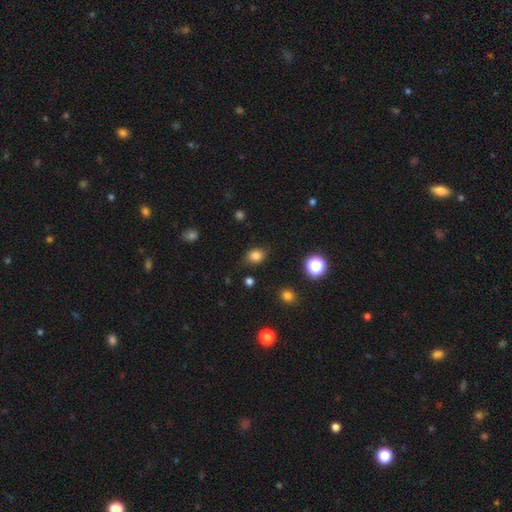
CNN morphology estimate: This is clearly a smooth galaxy (81%). How rounded: possibly in between (57%). Merging: likely none (80%).